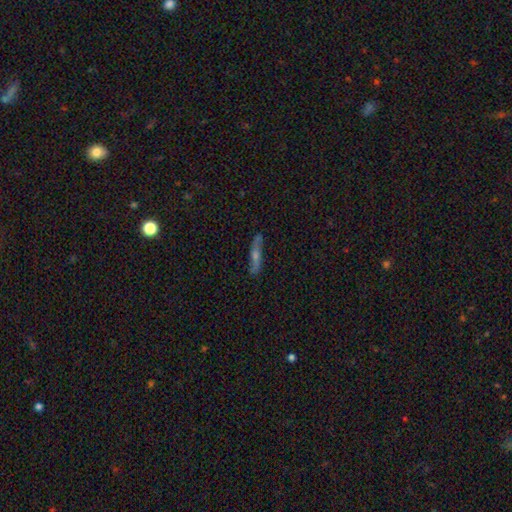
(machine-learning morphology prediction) smooth-or-featured: featured or disk: 60% | smooth: 30% | star or artifact: 9%
  disk-edge-on: yes: 72% | no: 28%
  merging: none: 83% | minor disturbance: 12% | major disturbance: 3% | merger: 2%